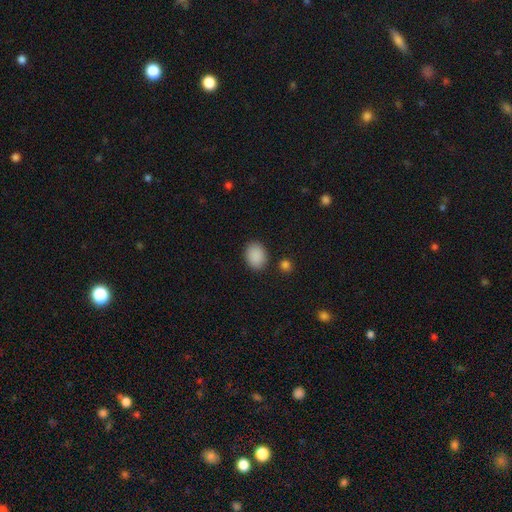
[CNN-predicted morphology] smooth_or_featured: smooth (p=0.89) [alt: star or artifact p=0.08]
how_rounded: in between (p=0.63) [alt: round p=0.36]
merging: none (p=0.85) [alt: minor disturbance p=0.09]